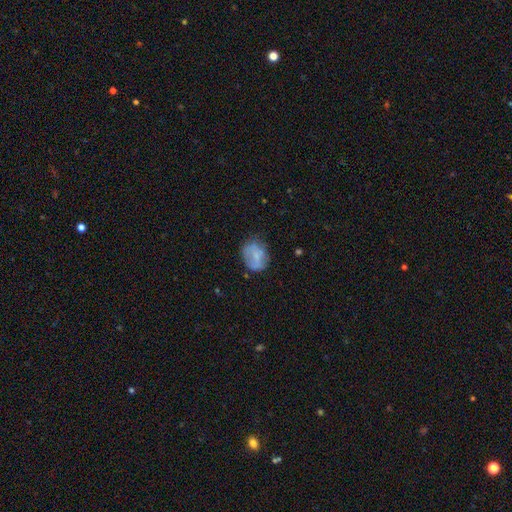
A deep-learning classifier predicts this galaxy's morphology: Q: Smooth or featured?
A: smooth (61%); runner-up: featured or disk (31%)
Q: How rounded?
A: in between (58%); runner-up: round (41%)
Q: Merging?
A: none (56%); runner-up: minor disturbance (28%)